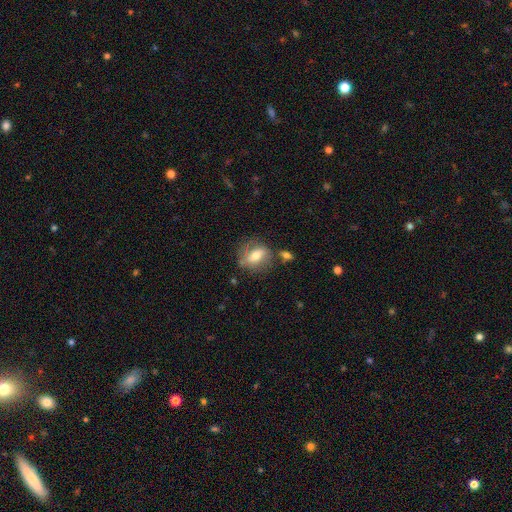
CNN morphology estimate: This is possibly a smooth galaxy (57%). How rounded: likely in between (61%). Merging: likely none (60%).